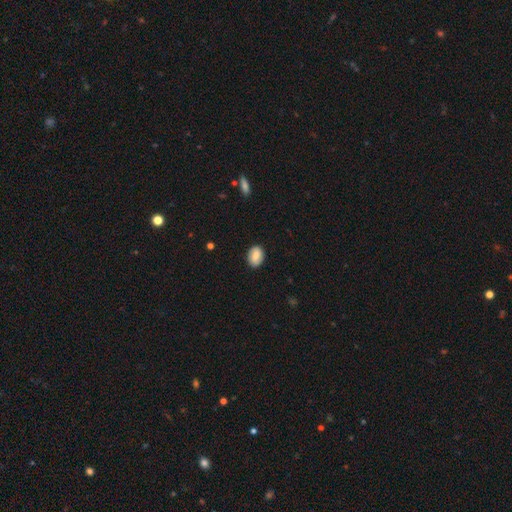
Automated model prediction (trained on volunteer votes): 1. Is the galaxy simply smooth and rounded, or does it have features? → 79% smooth, 13% featured or disk, 7% star or artifact.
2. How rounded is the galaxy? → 77% in between, 22% round, 1% cigar-shaped.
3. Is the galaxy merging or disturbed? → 87% none, 10% minor disturbance, 2% major disturbance, 1% merger.